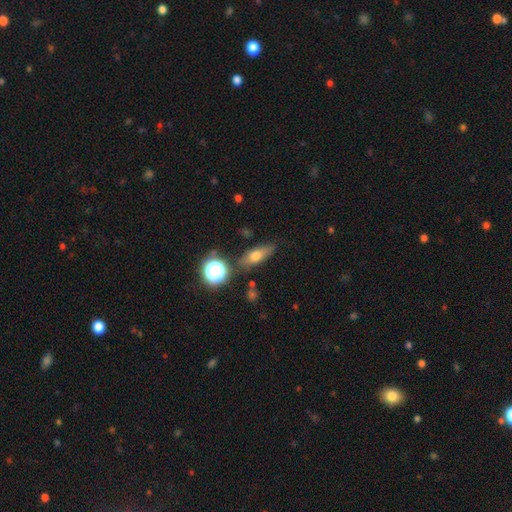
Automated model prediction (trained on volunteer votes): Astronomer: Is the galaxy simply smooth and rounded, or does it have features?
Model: smooth — 61%.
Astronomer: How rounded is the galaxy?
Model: in between — 54% (runner-up: cigar-shaped, 33%).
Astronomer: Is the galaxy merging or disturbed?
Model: none — 77%.